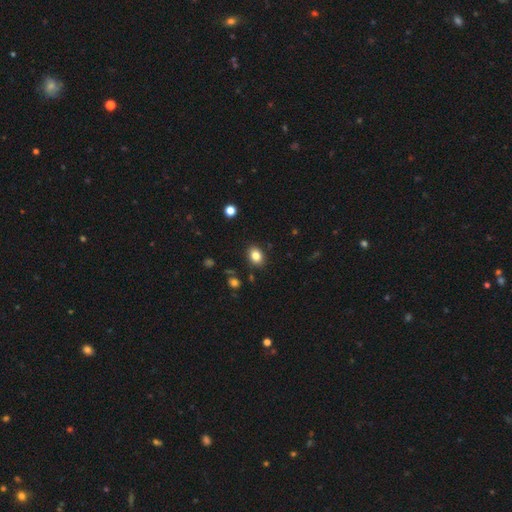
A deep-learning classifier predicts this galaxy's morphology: smooth_or_featured: smooth (p=0.83) [alt: star or artifact p=0.10]
how_rounded: in between (p=0.69) [alt: round p=0.30]
merging: none (p=0.86) [alt: minor disturbance p=0.09]